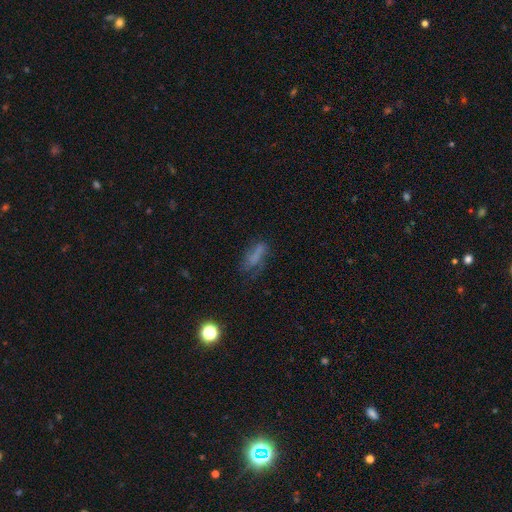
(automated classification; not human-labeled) smooth 57%, featured or disk 26%, star or artifact 17%. Down the decision tree: how rounded — in between (60%); merging — none (42%).